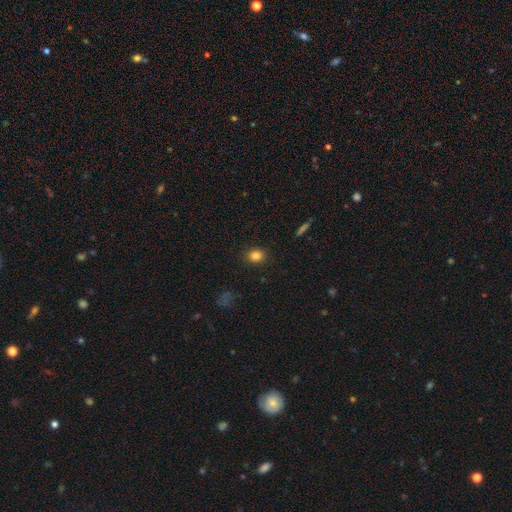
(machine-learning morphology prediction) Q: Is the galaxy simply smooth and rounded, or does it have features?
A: smooth — 83%.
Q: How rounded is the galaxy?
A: round — 63%.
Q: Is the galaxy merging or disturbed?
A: none — 89%.